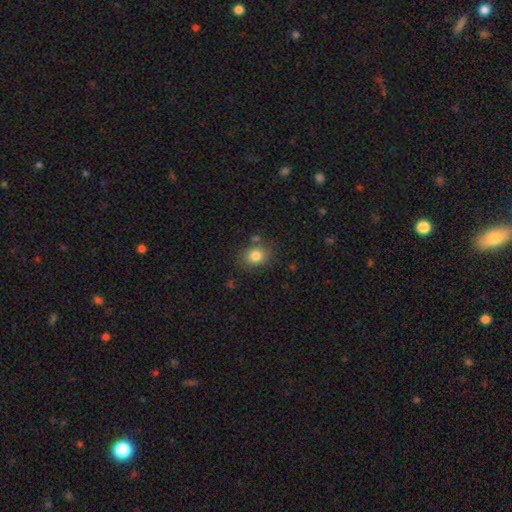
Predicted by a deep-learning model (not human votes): A smooth galaxy with no disk features (81%) that is round (58%). Merging: none (77%).